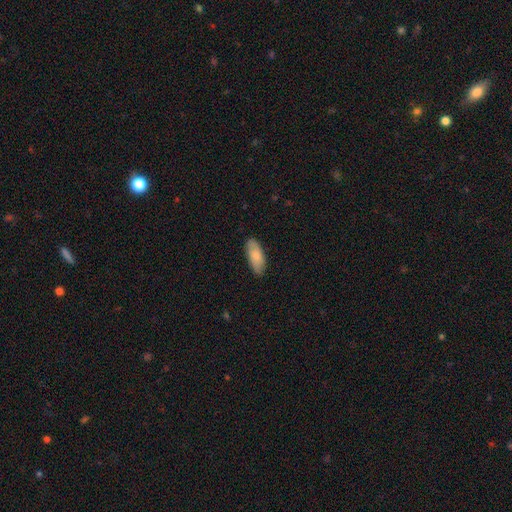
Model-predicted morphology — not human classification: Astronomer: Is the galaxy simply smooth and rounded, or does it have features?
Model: smooth — 79%.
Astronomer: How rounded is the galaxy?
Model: in between — 83%.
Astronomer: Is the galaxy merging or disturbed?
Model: none — 83%.